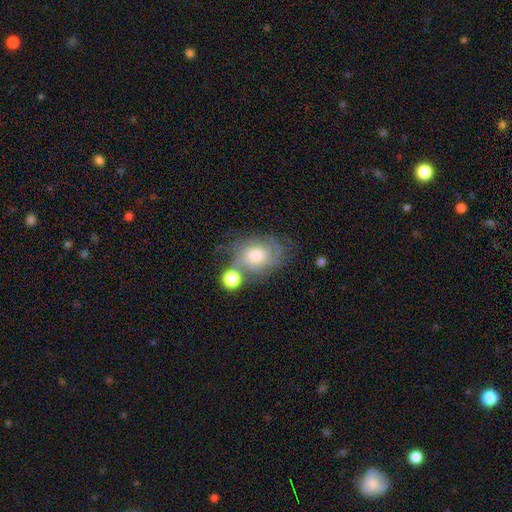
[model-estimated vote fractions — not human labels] Smooth or featured? featured or disk (60%)
Edge-on disk? no (96%)
Bar? no (77%)
Spiral arms? yes (83%)
Bulge size? moderate (58%)
Merging? none (45%)